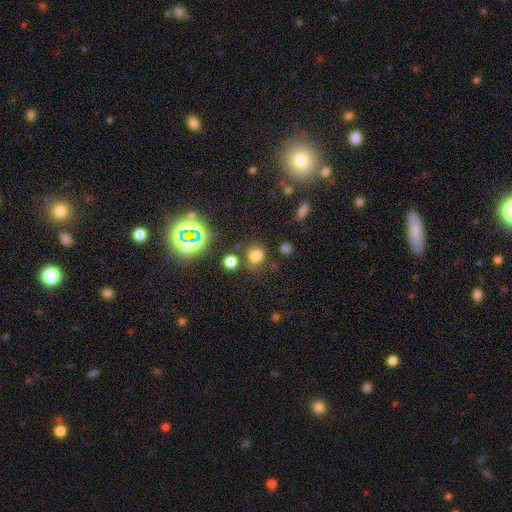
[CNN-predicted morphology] A smooth galaxy with no disk features (67%) that is round (82%).

Vote fractions:
- Smooth or featured? smooth: 67% / star or artifact: 24% / featured or disk: 8%
- How rounded? round: 82% / in between: 17% / cigar-shaped: 1%
- Merging? none: 72% / minor disturbance: 13% / merger: 9% / major disturbance: 6%